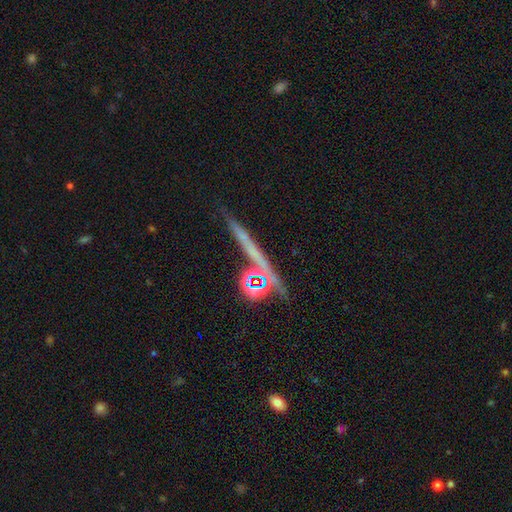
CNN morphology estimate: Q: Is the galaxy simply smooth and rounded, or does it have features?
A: featured or disk — 44%.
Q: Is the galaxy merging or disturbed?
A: none — 56%.